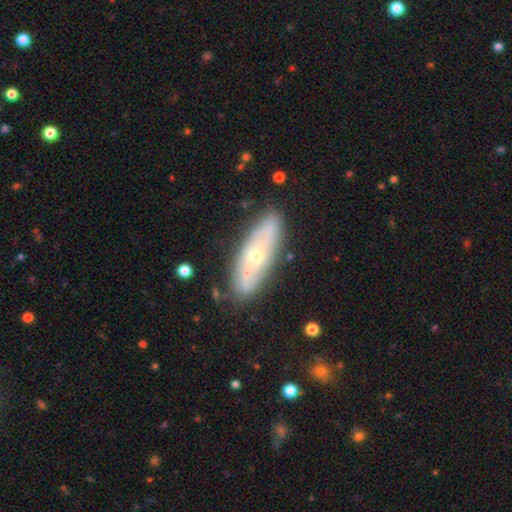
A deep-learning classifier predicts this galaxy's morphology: type=featured or disk (64%); edge-on=no (74%); merging=none (80%).